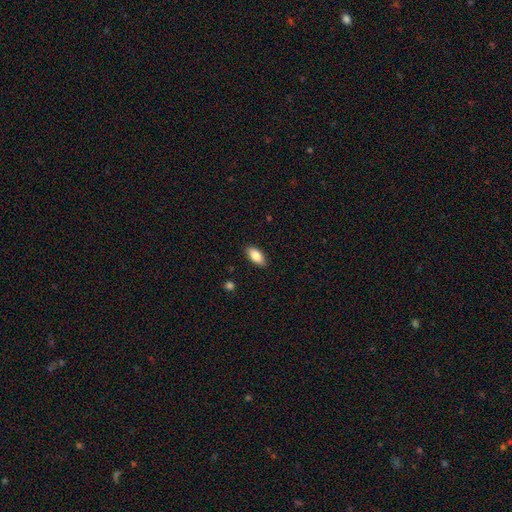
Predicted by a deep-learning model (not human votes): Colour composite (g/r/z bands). It shows a smooth galaxy with no disk features (84%) that is in between round and cigar-shaped (89%). Merging: none (89%).